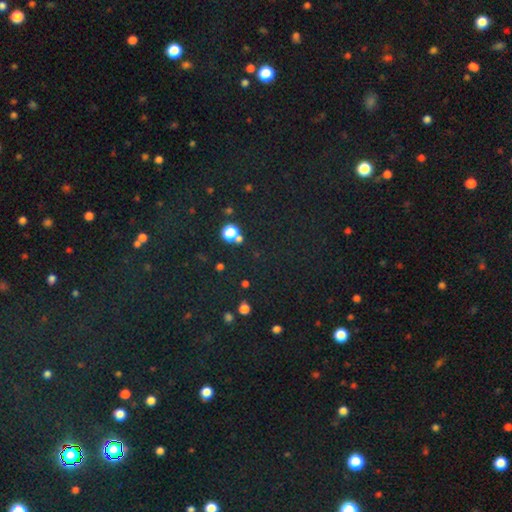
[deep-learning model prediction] This is likely a star or artifact rather than a galaxy (69%).